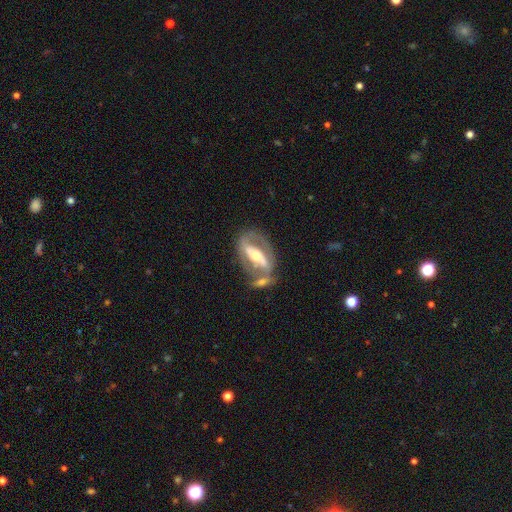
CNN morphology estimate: A featured or disk galaxy (81%) with a strong bar (63%), 2 (78%) medium (43%) spiral arms (73%) and a moderate central bulge (61%). Merging: none (45%).